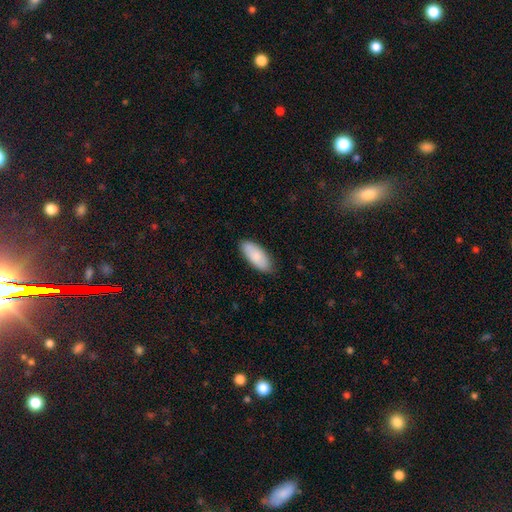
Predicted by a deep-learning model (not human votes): A smooth galaxy with no disk features (84%) that is in between round and cigar-shaped (83%). Merging: none (82%).